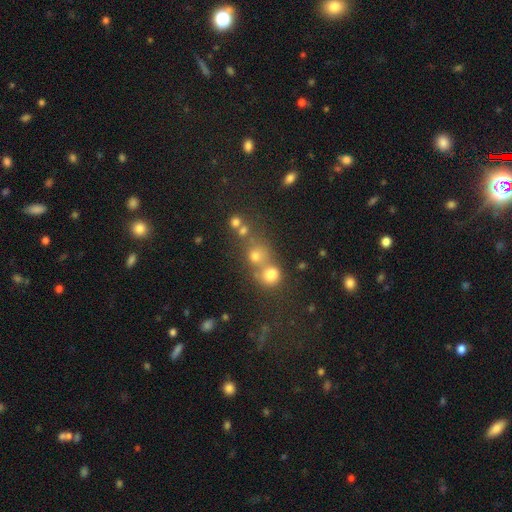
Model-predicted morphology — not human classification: This is likely a smooth galaxy (68%). How rounded: likely round (79%). Merging: possibly none (45%).